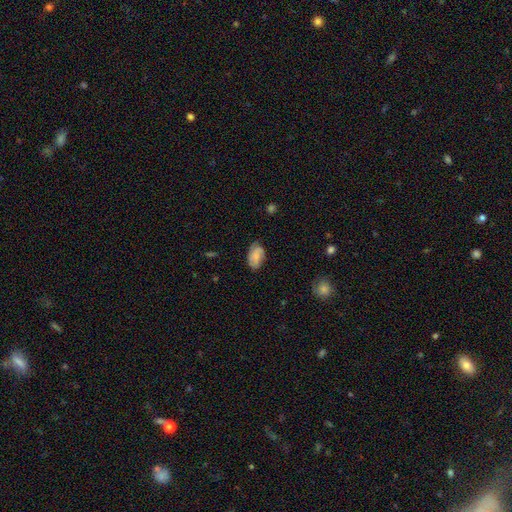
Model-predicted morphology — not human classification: Smooth or featured: smooth — 65% (featured or disk — 27%)
How rounded: in between — 92% (round — 6%)
Merging: none — 69% (minor disturbance — 24%)